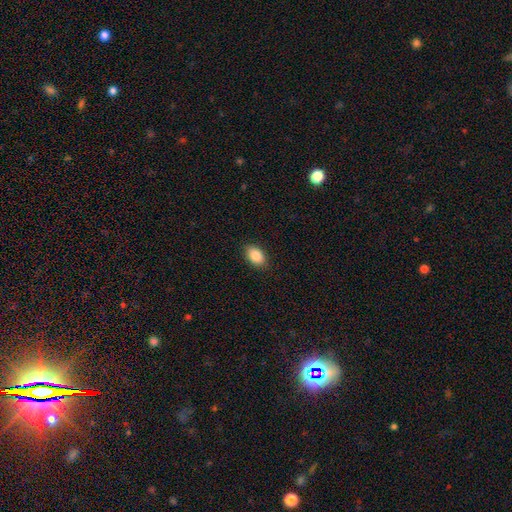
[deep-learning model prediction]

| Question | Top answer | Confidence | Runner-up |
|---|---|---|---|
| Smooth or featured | smooth | 88% | star or artifact (7%) |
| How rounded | in between | 88% | round (11%) |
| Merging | none | 88% | minor disturbance (9%) |